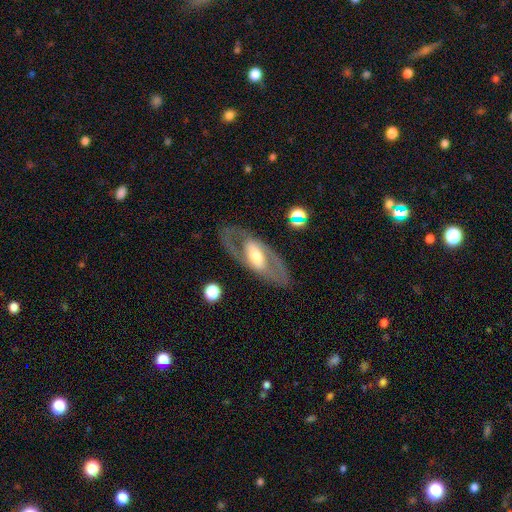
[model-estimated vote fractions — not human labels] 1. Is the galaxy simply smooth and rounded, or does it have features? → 73% featured or disk, 22% smooth, 6% star or artifact.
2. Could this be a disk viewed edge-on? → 86% no, 14% yes.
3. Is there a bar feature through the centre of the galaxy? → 34% strong, 33% no, 33% weak.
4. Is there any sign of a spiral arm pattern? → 50% yes (tied), 50% no (tied).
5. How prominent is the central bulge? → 60% moderate, 21% large, 17% small, 2% dominant, 1% none.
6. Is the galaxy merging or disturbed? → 80% none, 11% minor disturbance, 7% major disturbance, 2% merger.